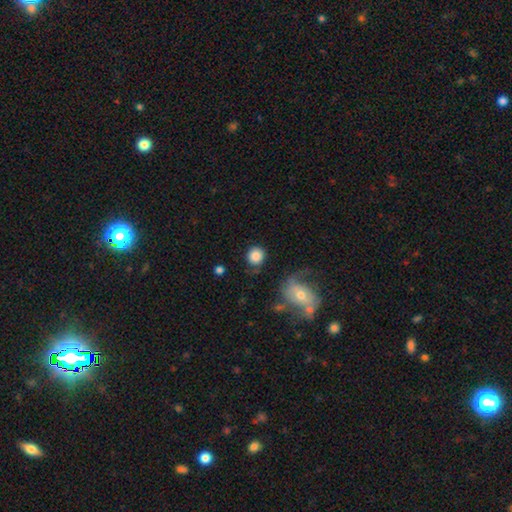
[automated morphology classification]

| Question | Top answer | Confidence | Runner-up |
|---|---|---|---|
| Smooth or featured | smooth | 85% | star or artifact (8%) |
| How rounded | round | 88% | in between (11%) |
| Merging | none | 77% | minor disturbance (12%) |